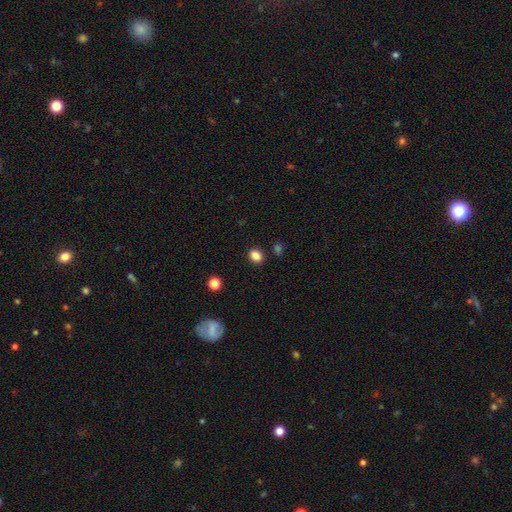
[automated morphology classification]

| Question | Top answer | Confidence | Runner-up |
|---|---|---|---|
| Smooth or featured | smooth | 84% | star or artifact (12%) |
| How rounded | round | 53% | in between (46%) |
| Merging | none | 88% | minor disturbance (8%) |